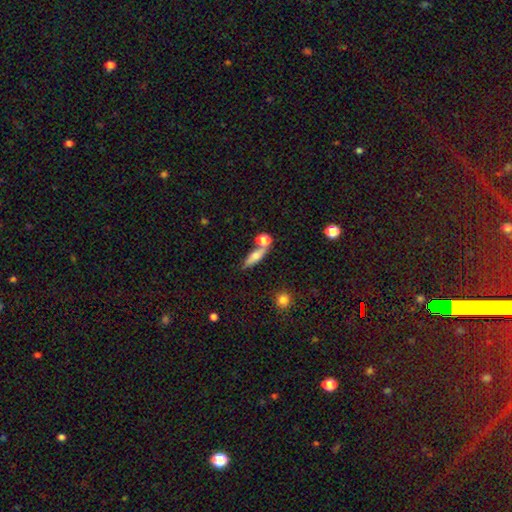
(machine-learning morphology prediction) smooth 66%, featured or disk 25%, star or artifact 9%. Down the decision tree: how rounded — cigar-shaped (48%); merging — none (57%).